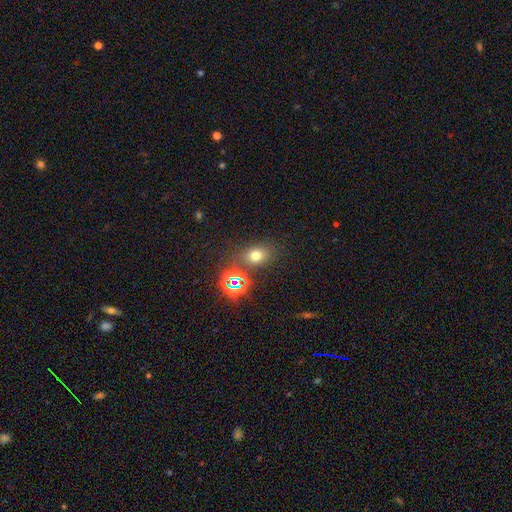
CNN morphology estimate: smooth 64%, star or artifact 27%, featured or disk 10%. Down the decision tree: how rounded — in between (53%); merging — none (74%).